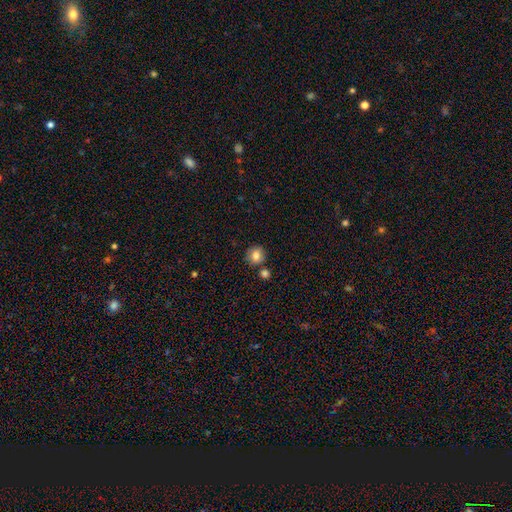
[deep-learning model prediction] smooth 81%, star or artifact 10%, featured or disk 9%. Down the decision tree: how rounded — round (86%); merging — none (78%).